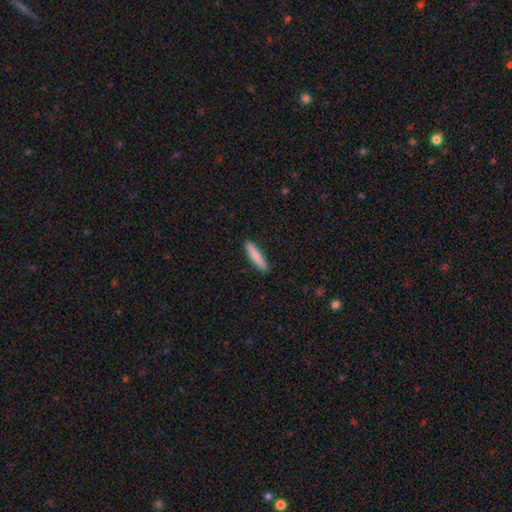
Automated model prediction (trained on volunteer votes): Morphology: type=smooth (84%); roundness=cigar-shaped (89%); merging=none (91%).